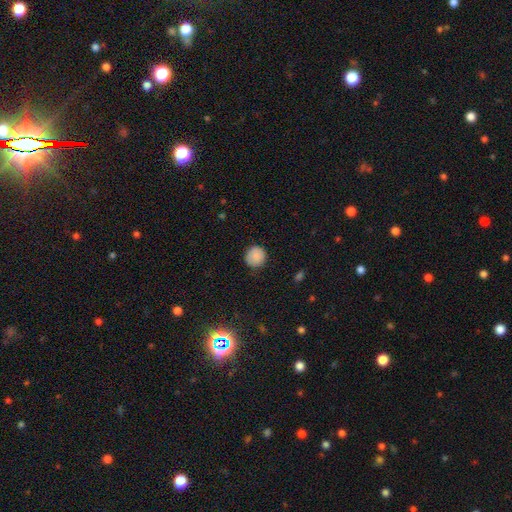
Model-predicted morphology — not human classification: This is clearly a smooth galaxy (87%). How rounded: clearly round (92%). Merging: clearly none (85%).